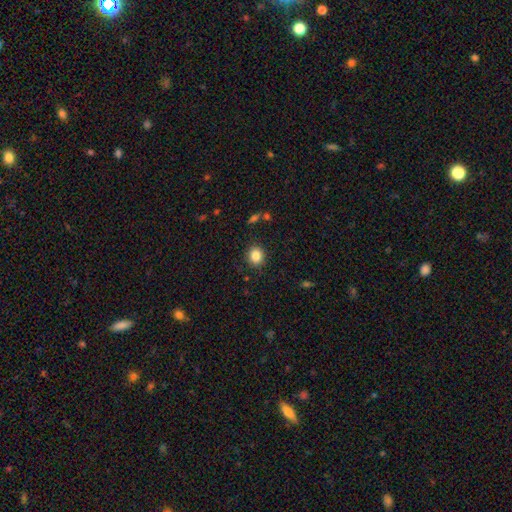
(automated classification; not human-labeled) Smooth or featured: smooth — 85% (star or artifact — 10%)
How rounded: round — 78% (in between — 21%)
Merging: none — 89% (minor disturbance — 8%)